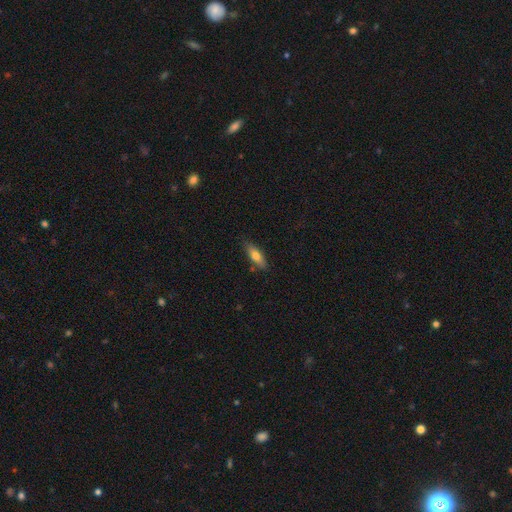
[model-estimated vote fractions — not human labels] Smooth or featured: smooth — 70% (featured or disk — 24%)
How rounded: in between — 53% (cigar-shaped — 44%)
Merging: none — 82% (minor disturbance — 13%)